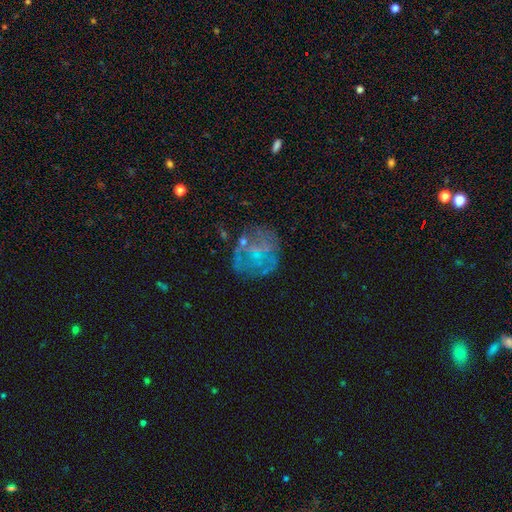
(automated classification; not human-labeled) Smooth or featured: featured or disk — 56% (smooth — 28%)
Edge-on disk: no — 98% (yes — 2%)
Bar: no — 77% (weak — 17%)
Spiral arms: no — 78% (yes — 22%)
Bulge size: none — 65% (small — 21%)
Merging: none — 57% (major disturbance — 19%)